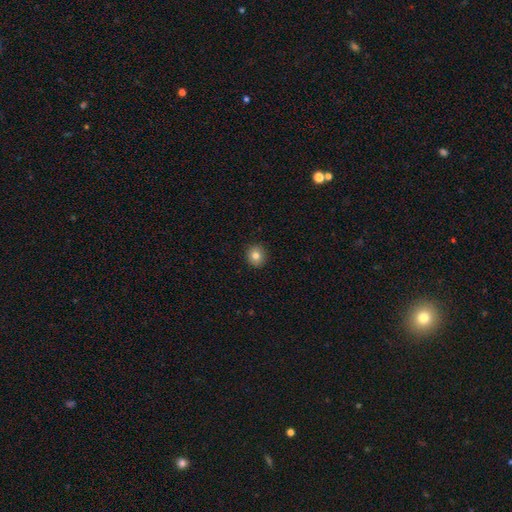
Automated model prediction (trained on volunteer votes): Overall: smooth (80%). How rounded: round (88%). Merging: none (91%).